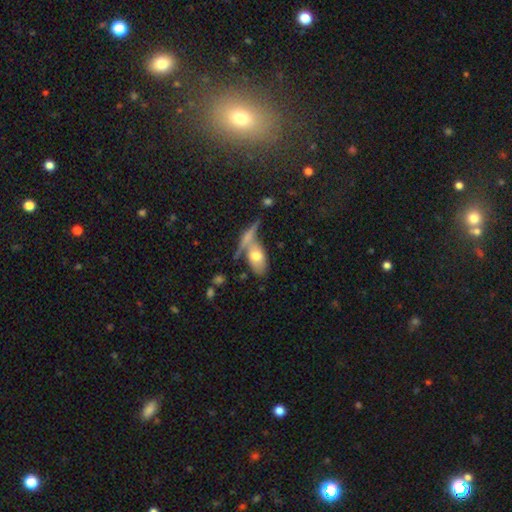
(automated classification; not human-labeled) A smooth galaxy with no disk features (65%) that is in between round and cigar-shaped (86%). Merging: none (38%).